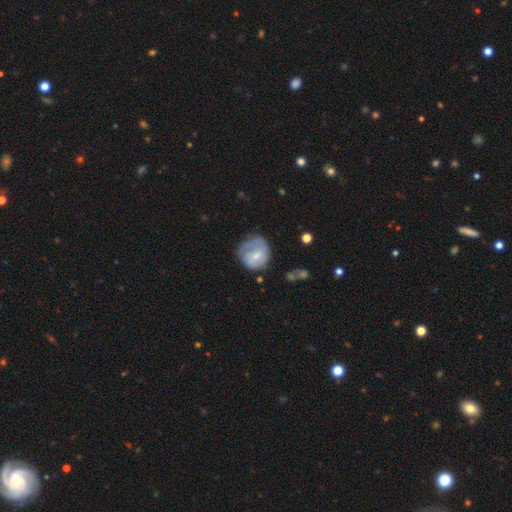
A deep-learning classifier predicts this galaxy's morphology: Smooth or featured? smooth (51%)
How rounded? round (75%)
Merging? none (44%)